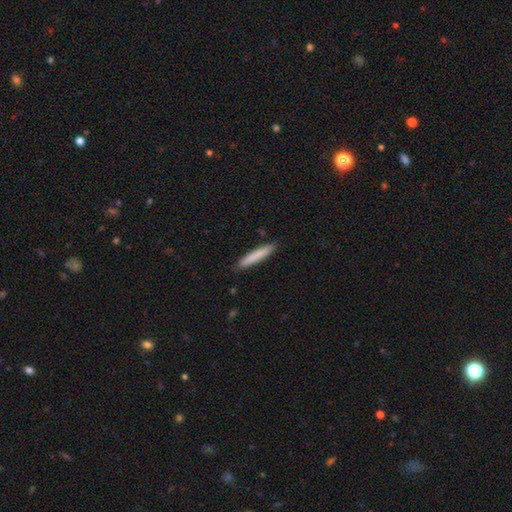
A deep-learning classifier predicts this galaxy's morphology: Smooth or featured?
  - smooth: 82% *
  - featured or disk: 13%
  - star or artifact: 6%
How rounded?
  - cigar-shaped: 94% *
  - in between: 5%
  - round: 1%
Merging?
  - none: 90% *
  - minor disturbance: 7%
  - major disturbance: 1%
  - merger: 1%